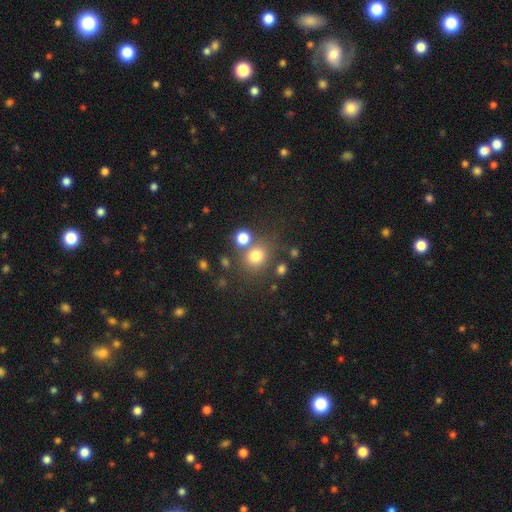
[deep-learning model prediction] Smooth or featured?
  - smooth: 76% *
  - star or artifact: 16%
  - featured or disk: 8%
How rounded?
  - round: 79% *
  - in between: 20%
  - cigar-shaped: 1%
Merging?
  - none: 68% *
  - merger: 17%
  - minor disturbance: 10%
  - major disturbance: 5%